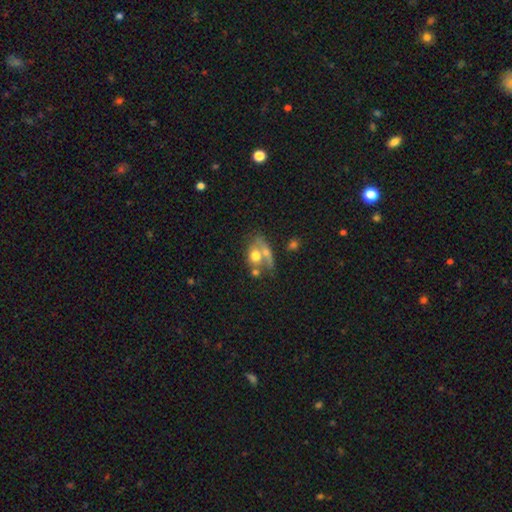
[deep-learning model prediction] Smooth or featured? Predicted: smooth (p=0.61). How rounded? Predicted: in between (p=0.55). Merging? Predicted: merger (p=0.51).